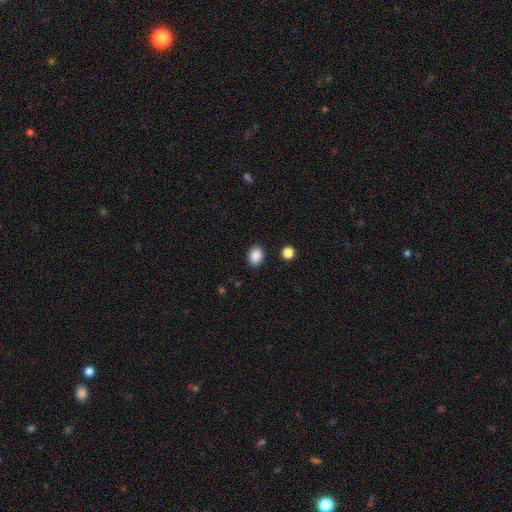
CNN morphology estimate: This is clearly a smooth galaxy (88%). How rounded: likely in between (63%). Merging: clearly none (88%).